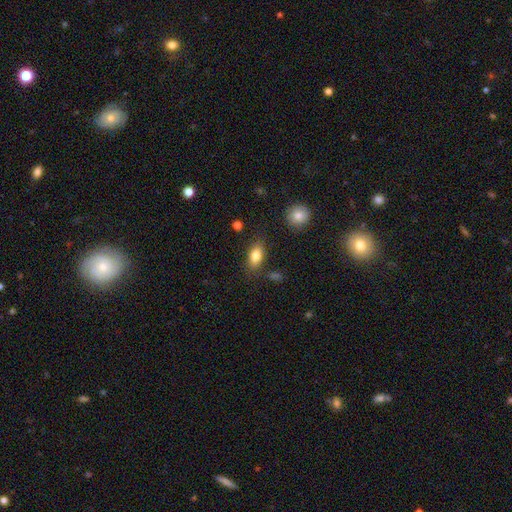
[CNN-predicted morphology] This appears to be a smooth galaxy with no disk features (83%) that is in between round and cigar-shaped (88%). Merging: none (80%).